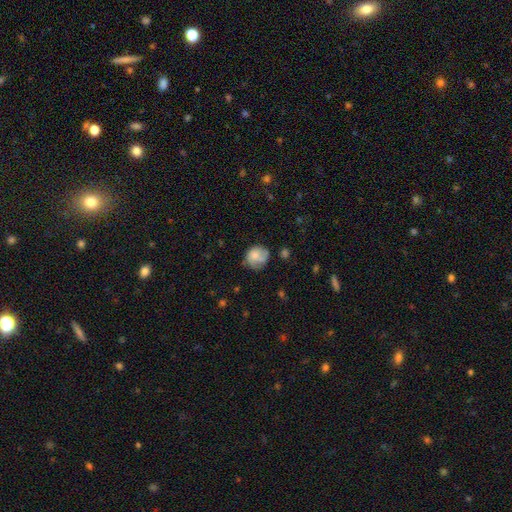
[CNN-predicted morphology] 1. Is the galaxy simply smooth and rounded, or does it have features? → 66% smooth, 26% featured or disk, 8% star or artifact.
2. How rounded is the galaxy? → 72% round, 27% in between, 1% cigar-shaped.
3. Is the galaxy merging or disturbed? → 55% none, 29% minor disturbance, 13% major disturbance, 3% merger.